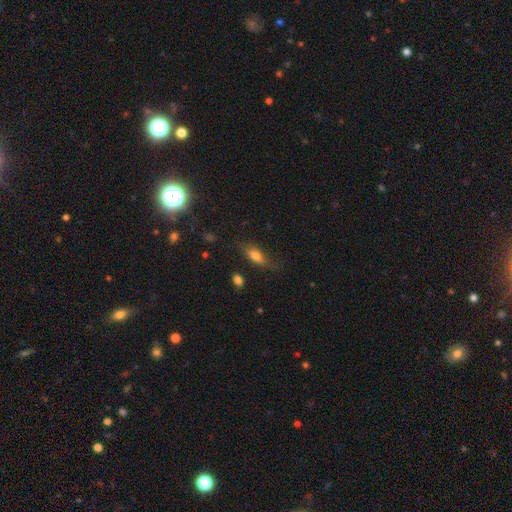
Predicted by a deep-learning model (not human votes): The model was most divided on "how rounded": in between: 69%, cigar-shaped: 27%, round: 4%. More confident: smooth or featured — smooth (71%); merging — none (66%).